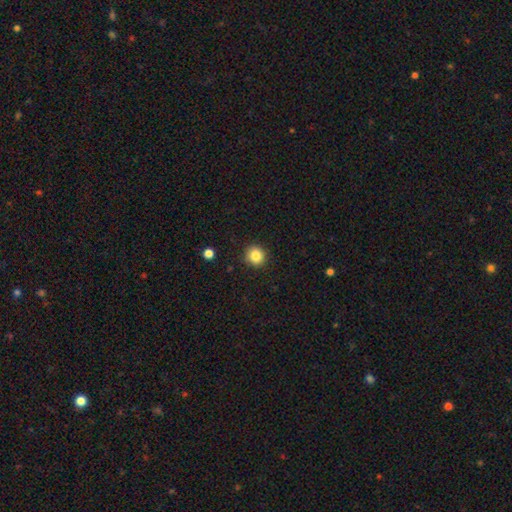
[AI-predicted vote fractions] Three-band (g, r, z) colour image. It shows a smooth galaxy with no disk features (85%) that is round (91%). Merging: none (91%).